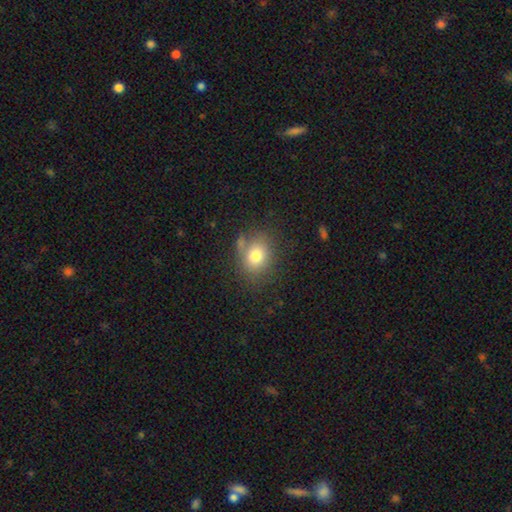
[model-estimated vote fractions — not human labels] A smooth galaxy with no disk features (78%) that is in between round and cigar-shaped (52%). Merging: none (68%).